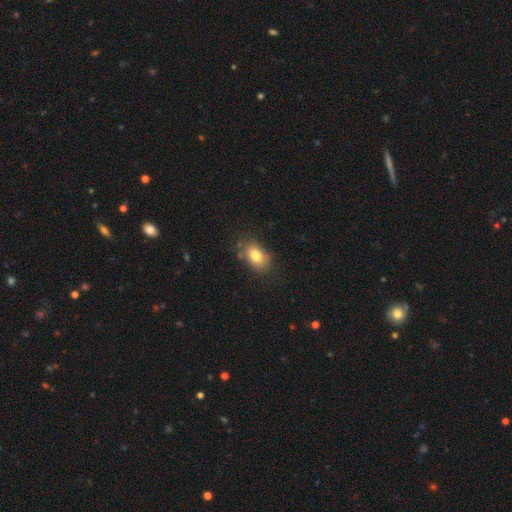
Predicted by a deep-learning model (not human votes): smooth_or_featured: smooth (p=0.80) [alt: featured or disk p=0.11]
how_rounded: in between (p=0.80) [alt: round p=0.18]
merging: none (p=0.76) [alt: minor disturbance p=0.17]